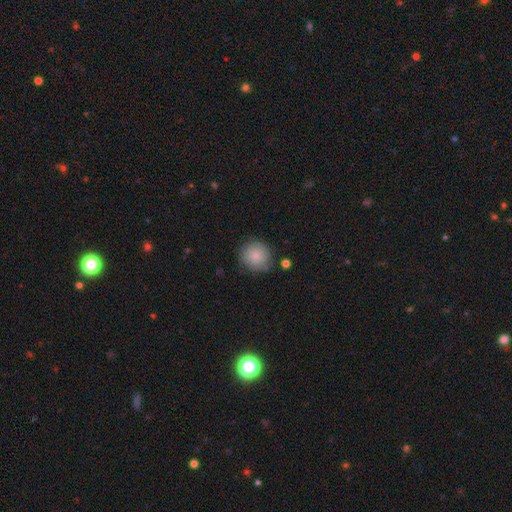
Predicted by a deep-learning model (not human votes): This appears to be a smooth galaxy with no disk features (85%) that is round (92%). Merging: none (80%).